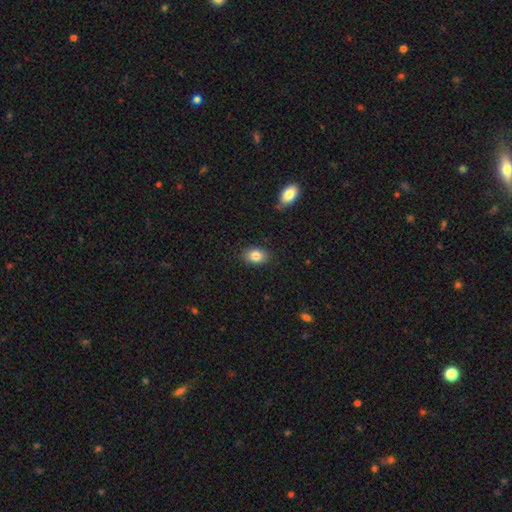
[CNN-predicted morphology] Overall: smooth (84%). How rounded: in between (76%). Merging: none (86%).